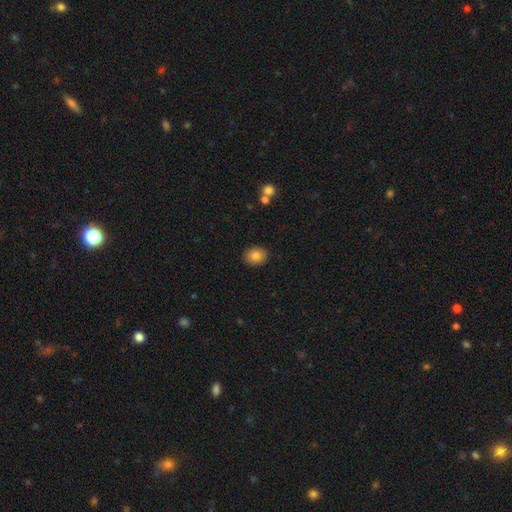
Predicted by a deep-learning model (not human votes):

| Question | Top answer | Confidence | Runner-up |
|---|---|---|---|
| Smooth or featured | smooth | 83% | star or artifact (9%) |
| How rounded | round | 52% | in between (47%) |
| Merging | none | 90% | minor disturbance (7%) |